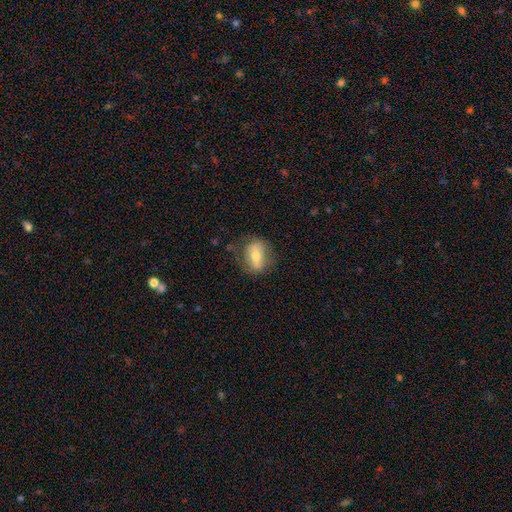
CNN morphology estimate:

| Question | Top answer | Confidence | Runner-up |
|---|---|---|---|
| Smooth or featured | smooth | 49% | featured or disk (43%) |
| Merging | none | 71% | minor disturbance (19%) |